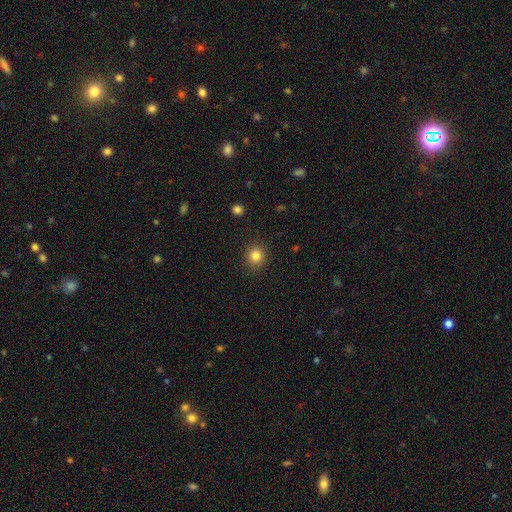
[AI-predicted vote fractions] smooth-or-featured: smooth: 82% | star or artifact: 12% | featured or disk: 6%
  how-rounded: round: 87% | in between: 12% | cigar-shaped: 1%
  merging: none: 89% | minor disturbance: 7% | major disturbance: 2% | merger: 1%